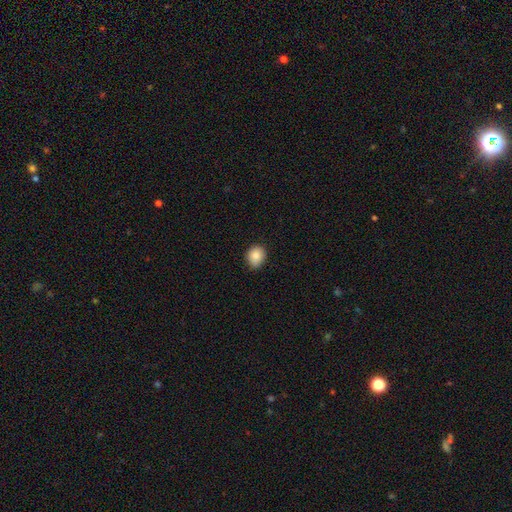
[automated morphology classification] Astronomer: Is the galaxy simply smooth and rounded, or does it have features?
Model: smooth — 85%.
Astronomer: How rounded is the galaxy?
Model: round — 58% (runner-up: in between, 41%).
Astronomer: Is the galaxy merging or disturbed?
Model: none — 80%.